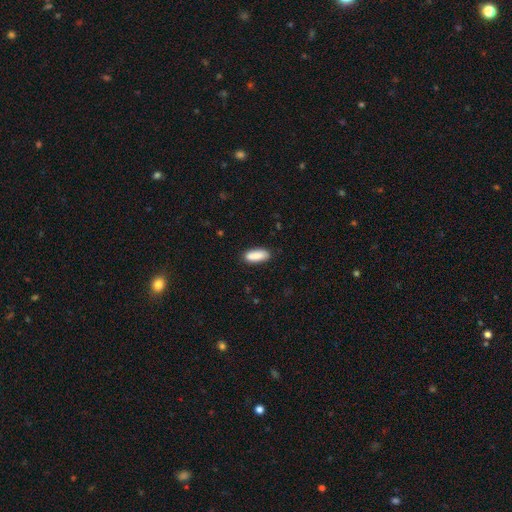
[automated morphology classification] This appears to be a smooth galaxy with no disk features (89%) that is in between round and cigar-shaped (77%). Merging: none (84%).